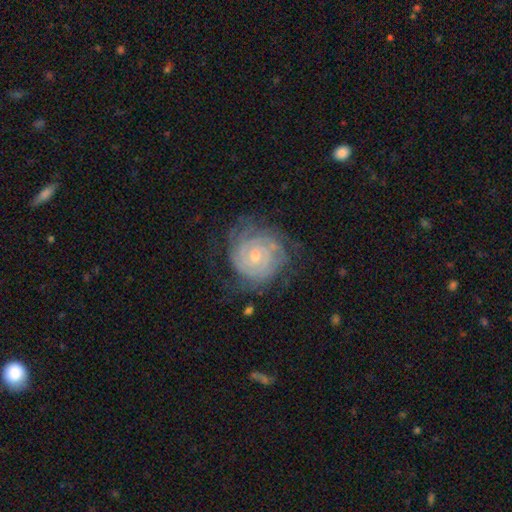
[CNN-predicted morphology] Smooth or featured? Predicted: featured or disk (p=0.83). Edge-on disk? Predicted: no (p=0.98). Bar? Predicted: no (p=0.64). Spiral arms? Predicted: yes (p=0.96). Spiral winding? Predicted: tight (p=0.81). Spiral arm count? Predicted: can't tell (p=0.38). Bulge size? Predicted: small (p=0.54). Merging? Predicted: none (p=0.71).